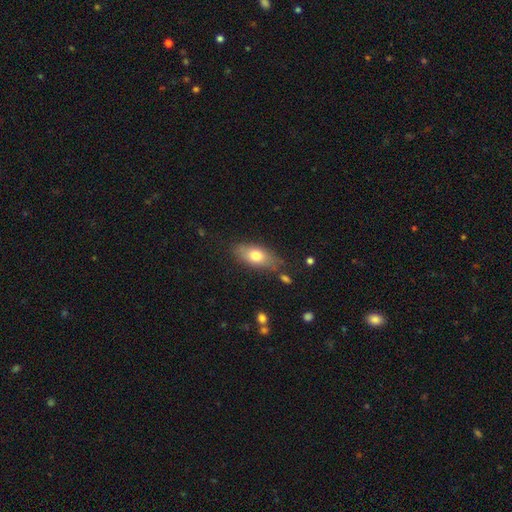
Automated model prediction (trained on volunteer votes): Smooth or featured: smooth — 72% (featured or disk — 21%)
How rounded: in between — 82% (cigar-shaped — 13%)
Merging: none — 73% (minor disturbance — 18%)